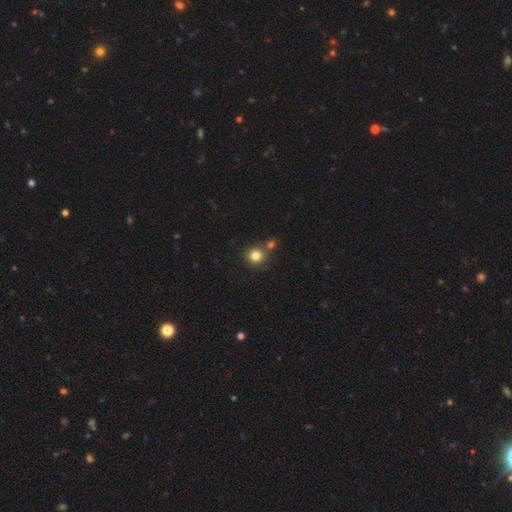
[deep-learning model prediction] smooth-or-featured: smooth: 82% | star or artifact: 12% | featured or disk: 7%
  how-rounded: round: 90% | in between: 9% | cigar-shaped: 1%
  merging: none: 69% | merger: 19% | minor disturbance: 9% | major disturbance: 3%